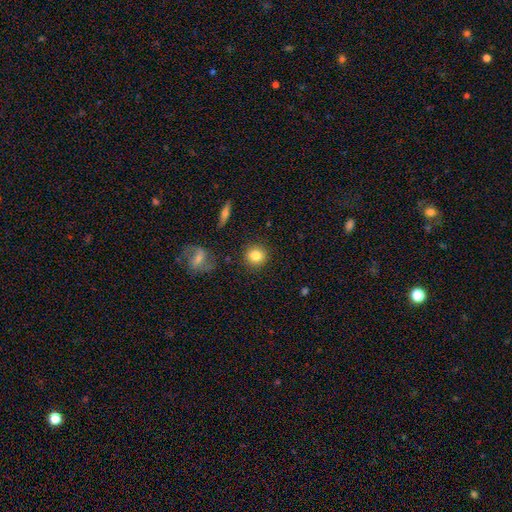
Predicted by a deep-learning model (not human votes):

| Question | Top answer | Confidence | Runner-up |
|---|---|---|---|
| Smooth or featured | smooth | 83% | star or artifact (9%) |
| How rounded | round | 90% | in between (9%) |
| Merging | none | 89% | minor disturbance (7%) |